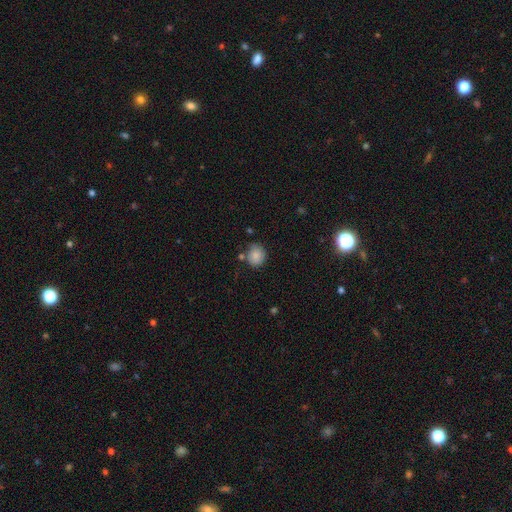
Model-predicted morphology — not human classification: Smooth or featured: smooth — 82% (star or artifact — 10%)
How rounded: round — 75% (in between — 24%)
Merging: none — 71% (minor disturbance — 17%)